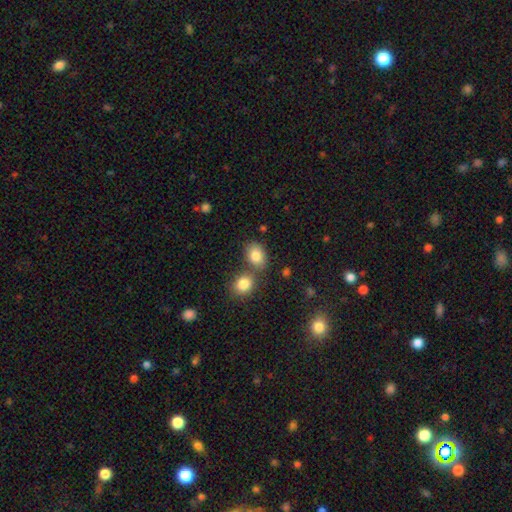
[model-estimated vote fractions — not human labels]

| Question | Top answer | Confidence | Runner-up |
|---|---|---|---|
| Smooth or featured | smooth | 84% | star or artifact (9%) |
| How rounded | in between | 71% | round (27%) |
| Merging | none | 56% | merger (28%) |